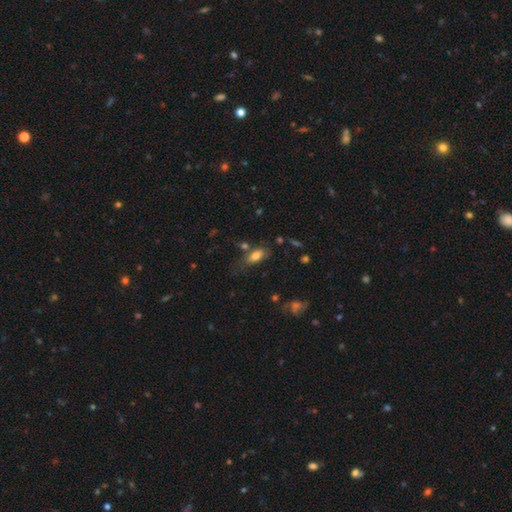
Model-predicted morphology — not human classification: smooth_or_featured: smooth (p=0.77) [alt: featured or disk p=0.14]
how_rounded: in between (p=0.83) [alt: cigar-shaped p=0.13]
merging: none (p=0.60) [alt: minor disturbance p=0.22]